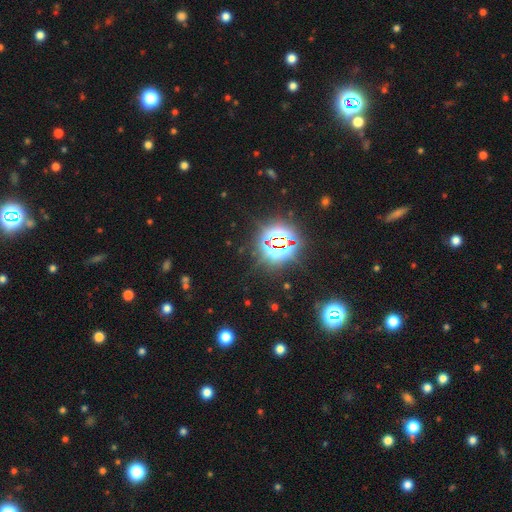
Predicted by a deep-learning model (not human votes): Morphology: type=star or artifact (82%).